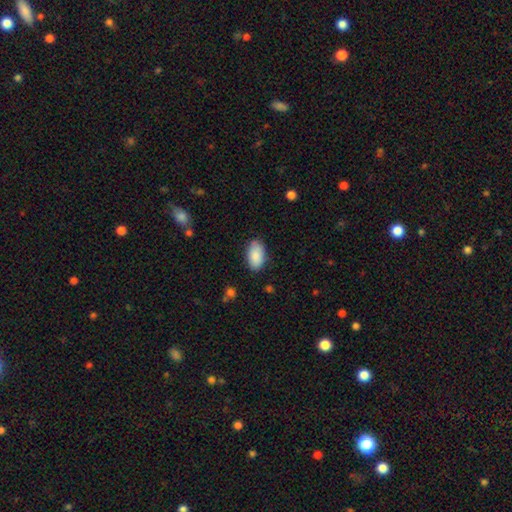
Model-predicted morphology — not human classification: Smooth or featured? Predicted: smooth (p=0.88). How rounded? Predicted: in between (p=0.94). Merging? Predicted: none (p=0.81).